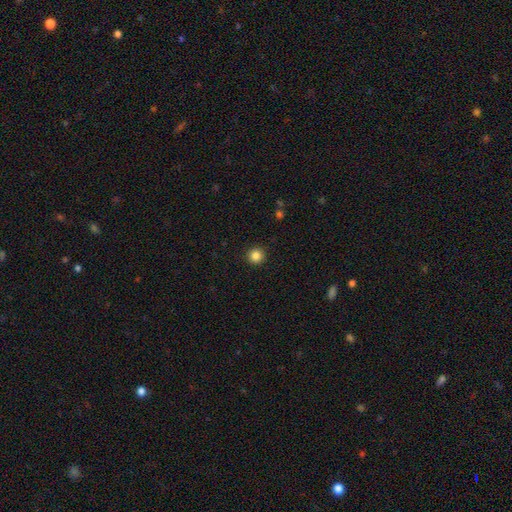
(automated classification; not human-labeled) smooth-or-featured: smooth: 86% | star or artifact: 11% | featured or disk: 4%
  how-rounded: round: 95% | in between: 4% | cigar-shaped: 1%
  merging: none: 92% | minor disturbance: 5% | major disturbance: 2% | merger: 1%